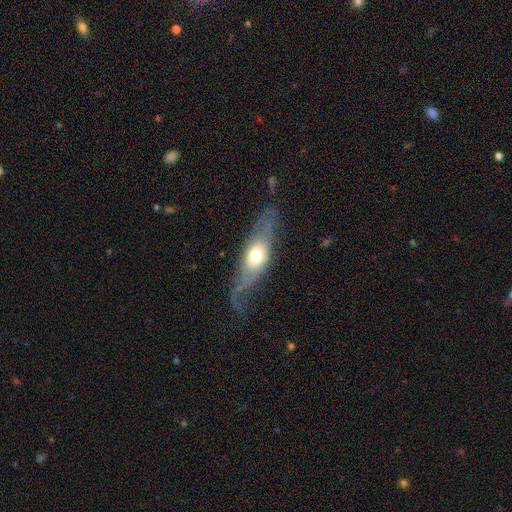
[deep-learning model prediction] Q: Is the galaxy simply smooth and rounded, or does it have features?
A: featured or disk — 62%.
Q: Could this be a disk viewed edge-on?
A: no — 69%.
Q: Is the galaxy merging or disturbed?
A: none — 56%.